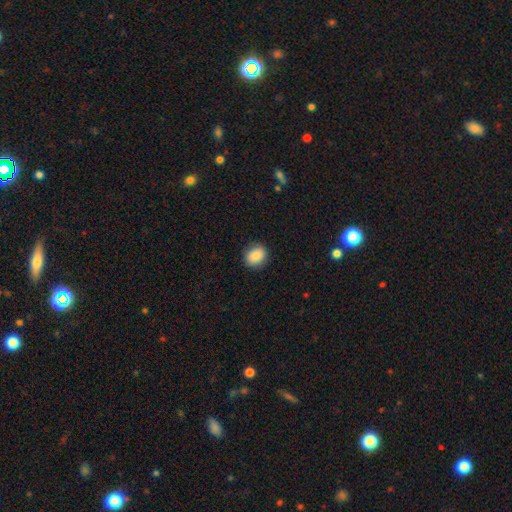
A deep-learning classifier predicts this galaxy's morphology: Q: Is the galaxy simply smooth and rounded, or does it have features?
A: smooth — 87%.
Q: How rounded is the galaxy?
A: round — 65%.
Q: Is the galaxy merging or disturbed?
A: none — 86%.